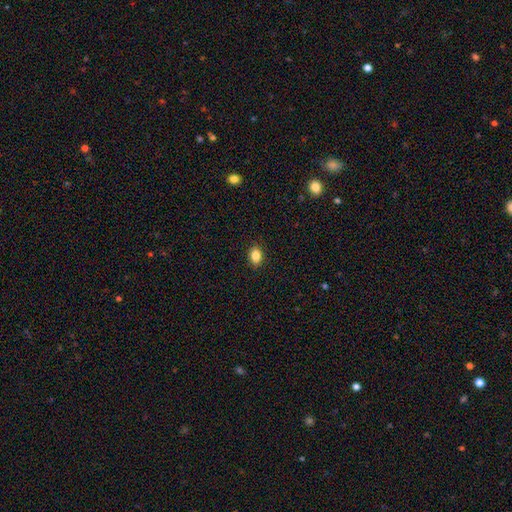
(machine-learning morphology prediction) A smooth galaxy with no disk features (86%) that is in between round and cigar-shaped (76%).

Vote fractions:
- Smooth or featured? smooth: 86% / star or artifact: 9% / featured or disk: 5%
- How rounded? in between: 76% / round: 23% / cigar-shaped: 1%
- Merging? none: 89% / minor disturbance: 8% / major disturbance: 2% / merger: 1%